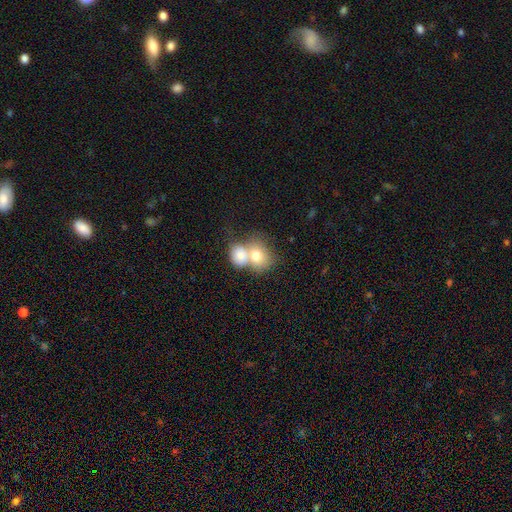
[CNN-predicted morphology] Q: Smooth or featured?
A: smooth (75%); runner-up: featured or disk (17%)
Q: How rounded?
A: round (59%); runner-up: in between (40%)
Q: Merging?
A: merger (71%); runner-up: none (19%)